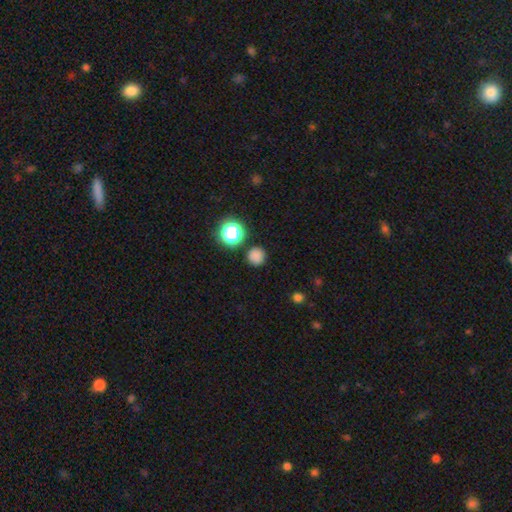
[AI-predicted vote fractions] Smooth or featured: smooth — 79% (star or artifact — 17%)
How rounded: round — 94% (in between — 5%)
Merging: none — 86% (minor disturbance — 8%)